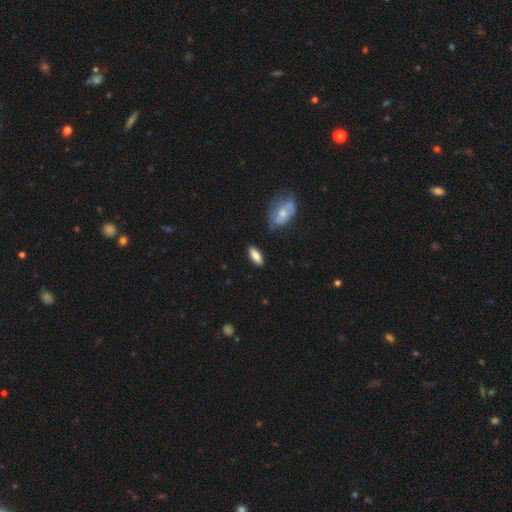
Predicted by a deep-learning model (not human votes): This appears to be a smooth galaxy with no disk features (79%) that is in between round and cigar-shaped (72%). Merging: none (85%).